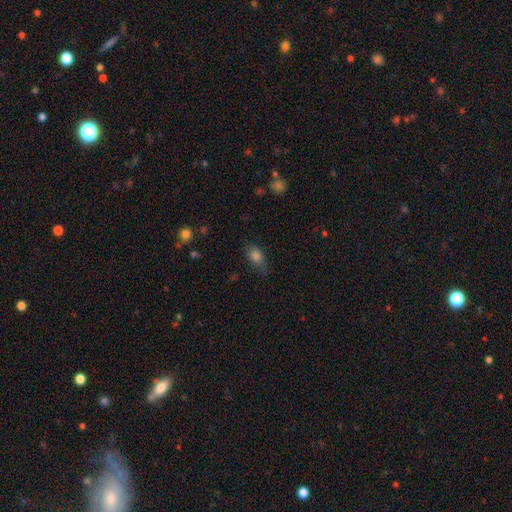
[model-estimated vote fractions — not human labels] Morphology: type=smooth (77%); roundness=in between (76%); merging=none (60%).